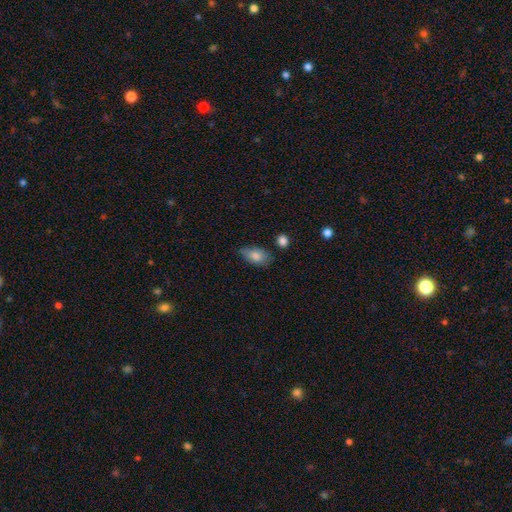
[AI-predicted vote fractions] smooth-or-featured: smooth: 82% | featured or disk: 10% | star or artifact: 7%
  how-rounded: in between: 89% | round: 9% | cigar-shaped: 3%
  merging: none: 57% | minor disturbance: 32% | major disturbance: 6% | merger: 4%